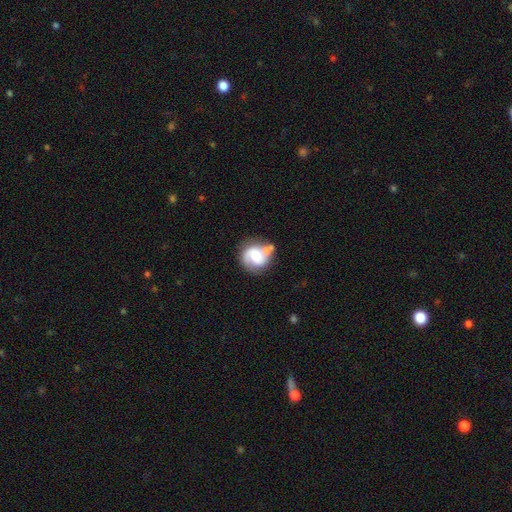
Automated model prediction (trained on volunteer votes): Overall: featured or disk (55%; smooth 37%). Edge-on disk: no (97%). Bar: no (48%; weak 38%). Spiral arms: yes (81%). Bulge size: moderate (53%; large 22%). Merging: none (51%; merger 22%).